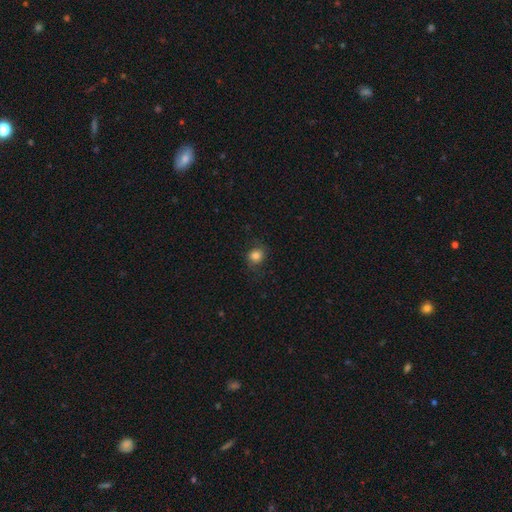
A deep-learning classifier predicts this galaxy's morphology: A smooth galaxy with no disk features (82%) that is round (74%).

Vote fractions:
- Smooth or featured? smooth: 82% / star or artifact: 11% / featured or disk: 8%
- How rounded? round: 74% / in between: 25% / cigar-shaped: 1%
- Merging? none: 79% / minor disturbance: 15% / major disturbance: 5% / merger: 1%